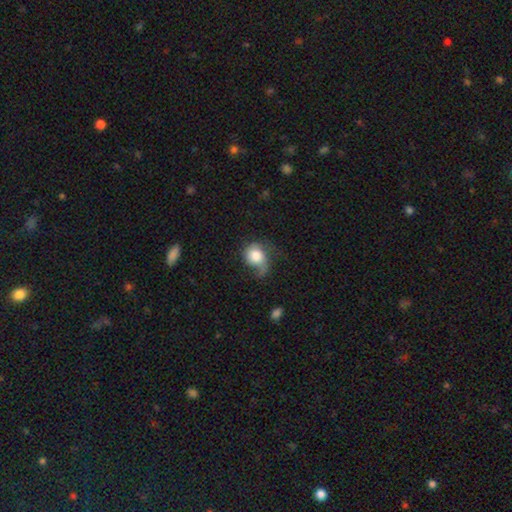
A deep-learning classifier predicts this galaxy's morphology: Smooth or featured? Predicted: smooth (p=0.63). How rounded? Predicted: round (p=0.63). Merging? Predicted: none (p=0.35).